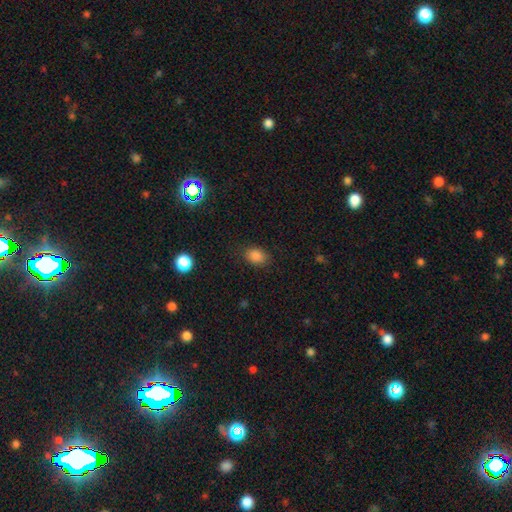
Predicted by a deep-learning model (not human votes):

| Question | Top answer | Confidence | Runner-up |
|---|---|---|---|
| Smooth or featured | smooth | 85% | star or artifact (11%) |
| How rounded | in between | 74% | round (24%) |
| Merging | none | 83% | minor disturbance (12%) |